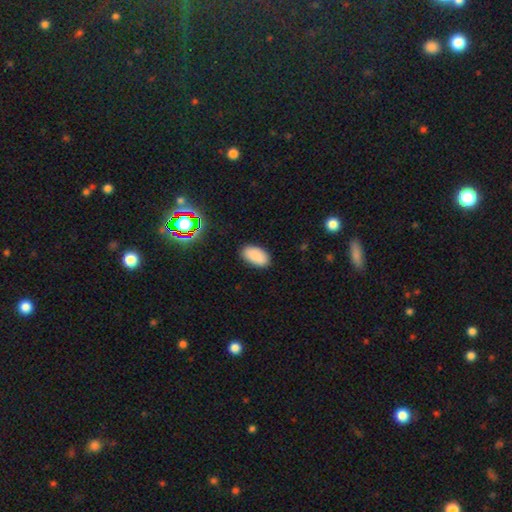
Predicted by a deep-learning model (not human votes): Overall: smooth (87%). How rounded: in between (95%). Merging: none (87%).